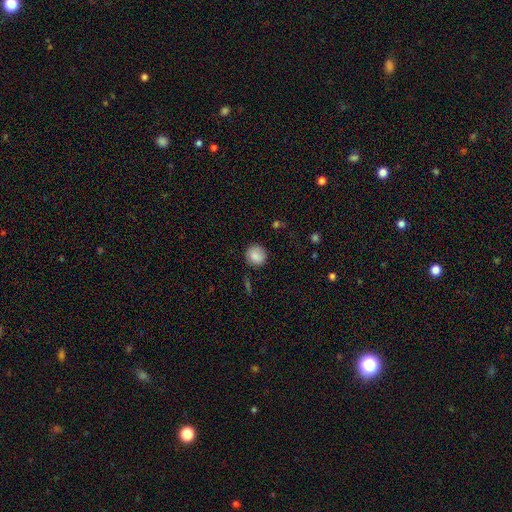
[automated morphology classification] This is clearly a smooth galaxy (86%). How rounded: clearly round (89%). Merging: clearly none (86%).